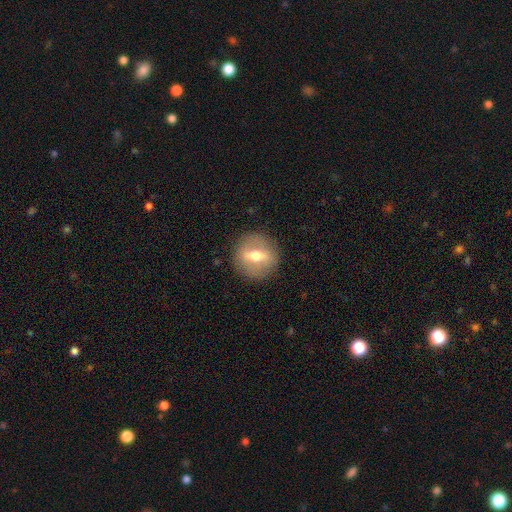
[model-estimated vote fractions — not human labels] Smooth or featured: featured or disk — 60% (smooth — 32%)
Edge-on disk: no — 64% (yes — 36%)
Merging: none — 88% (minor disturbance — 8%)